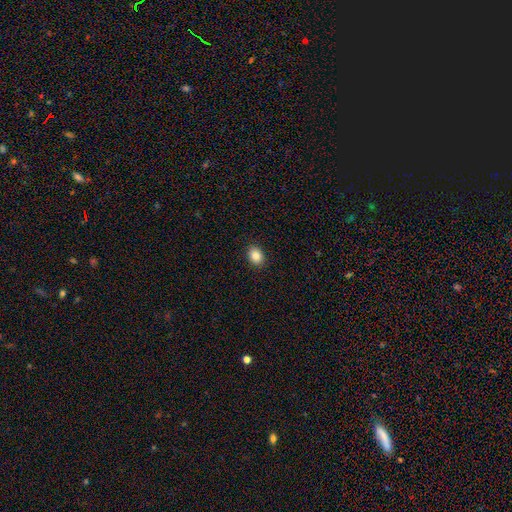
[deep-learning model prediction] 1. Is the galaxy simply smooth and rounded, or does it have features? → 86% smooth, 9% star or artifact, 5% featured or disk.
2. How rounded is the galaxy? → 59% in between, 40% round, 1% cigar-shaped.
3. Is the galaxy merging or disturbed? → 90% none, 7% minor disturbance, 2% major disturbance, 1% merger.